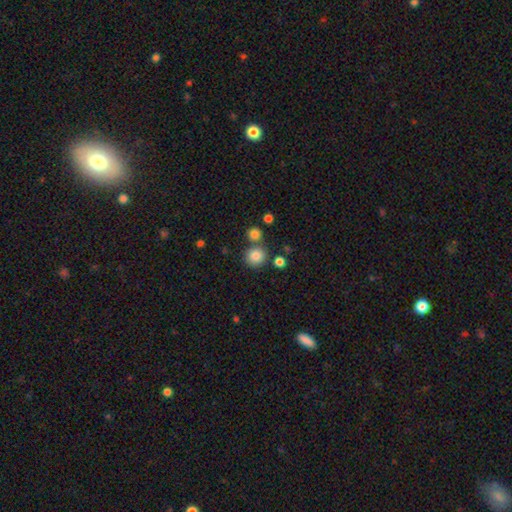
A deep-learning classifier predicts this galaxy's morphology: This appears to be a smooth galaxy with no disk features (83%) that is round (89%). Merging: none (71%).